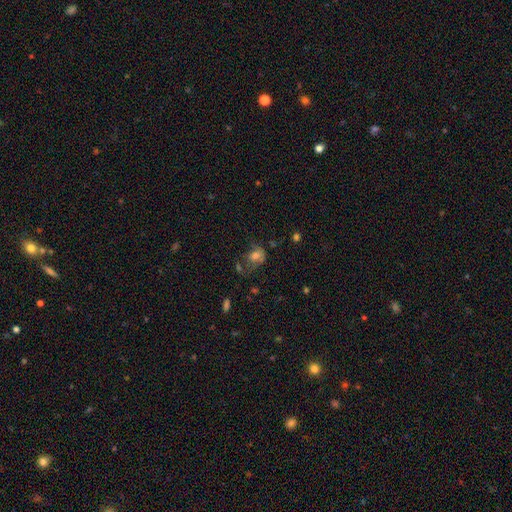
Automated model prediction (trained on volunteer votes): A smooth galaxy with no disk features (62%) that is in between round and cigar-shaped (59%). Merging: major disturbance (35%).